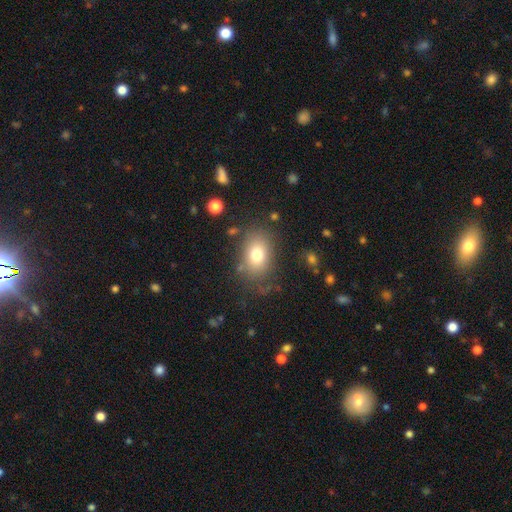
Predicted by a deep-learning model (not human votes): A smooth galaxy with no disk features (74%) that is in between round and cigar-shaped (75%).

Vote fractions:
- Smooth or featured? smooth: 74% / star or artifact: 13% / featured or disk: 13%
- How rounded? in between: 75% / round: 24% / cigar-shaped: 1%
- Merging? none: 79% / minor disturbance: 14% / major disturbance: 5% / merger: 2%